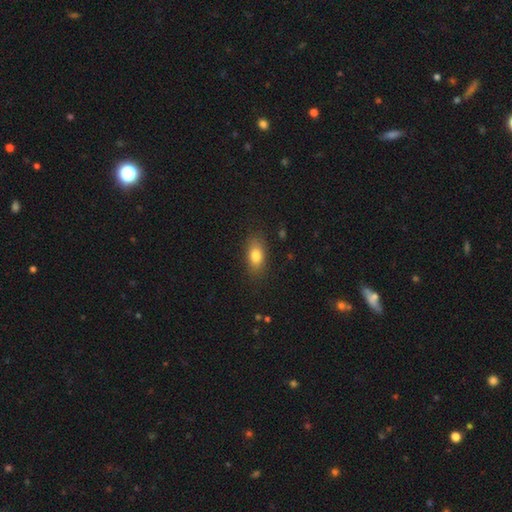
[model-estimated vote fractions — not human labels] The model was most divided on "smooth or featured": smooth: 81%, featured or disk: 11%, star or artifact: 8%. More confident: how rounded — in between (84%); merging — none (83%).